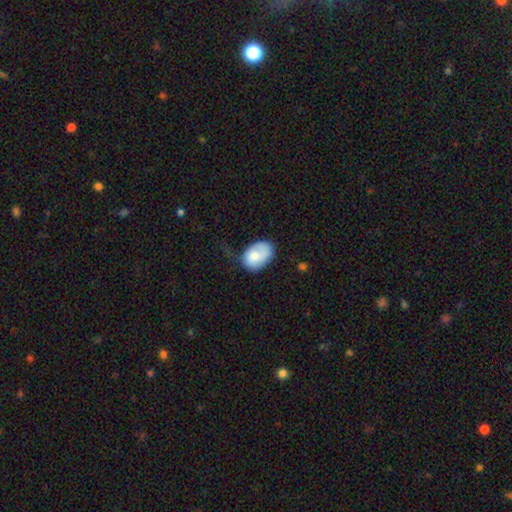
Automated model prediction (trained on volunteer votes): Overall: smooth (73%). How rounded: in between (80%). Merging: none (41%; minor disturbance 37%).